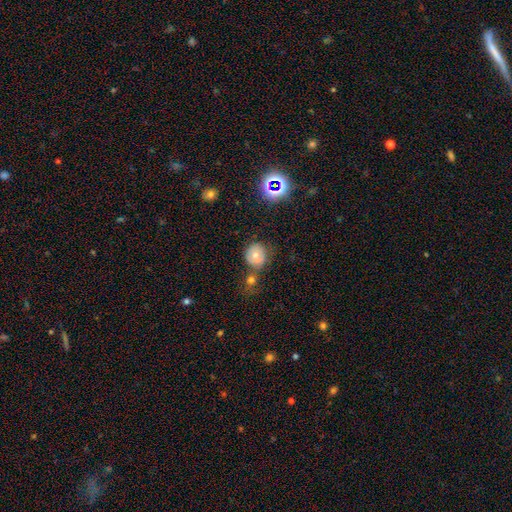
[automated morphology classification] Smooth or featured? Predicted: smooth (p=0.65). How rounded? Predicted: round (p=0.87). Merging? Predicted: none (p=0.62).